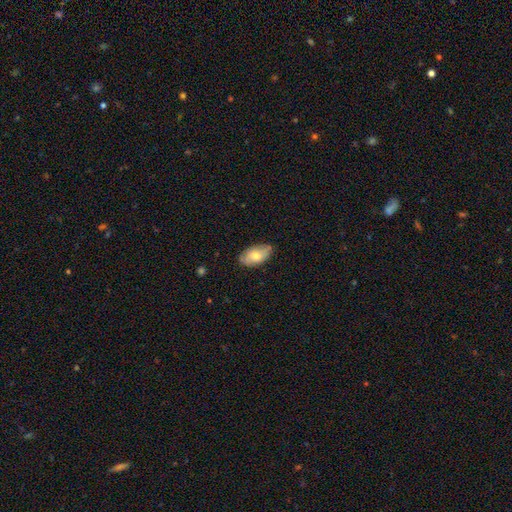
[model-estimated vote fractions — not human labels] Morphology: type=smooth (69%); roundness=in between (94%); merging=none (74%).